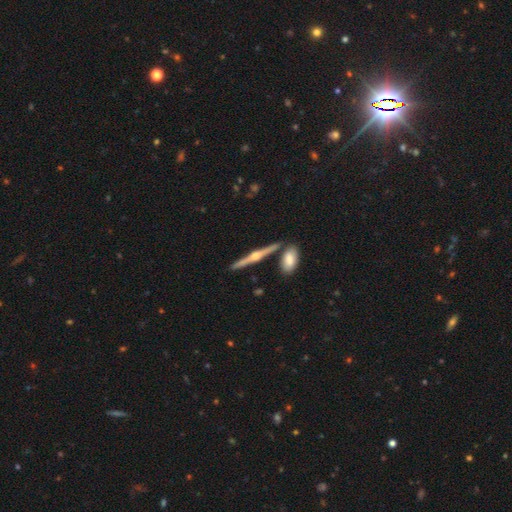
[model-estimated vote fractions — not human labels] Q: Smooth or featured?
A: featured or disk (78%); runner-up: smooth (16%)
Q: Edge-on disk?
A: yes (98%); runner-up: no (2%)
Q: Edge-on bulge?
A: rounded (92%); runner-up: none (4%)
Q: Merging?
A: none (83%); runner-up: merger (8%)